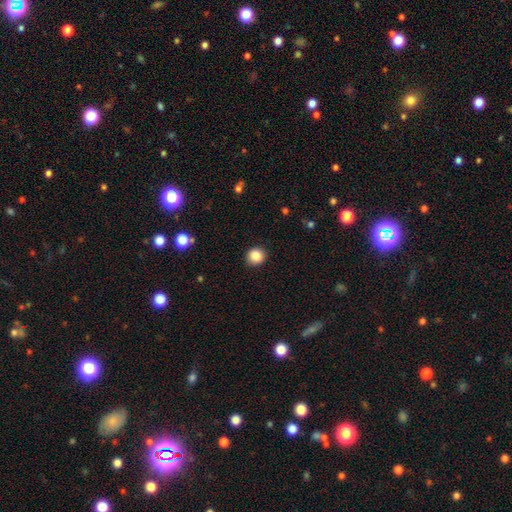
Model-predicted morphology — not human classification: Overall: smooth (86%). How rounded: round (89%). Merging: none (89%).